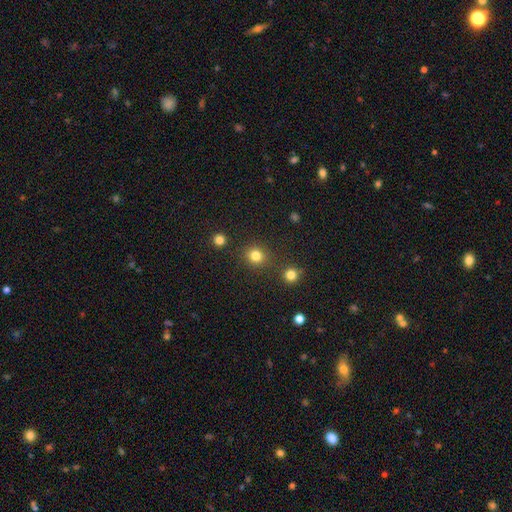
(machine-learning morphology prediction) smooth-or-featured: smooth: 81% | star or artifact: 15% | featured or disk: 5%
  how-rounded: round: 88% | in between: 11% | cigar-shaped: 1%
  merging: none: 85% | minor disturbance: 7% | merger: 5% | major disturbance: 3%